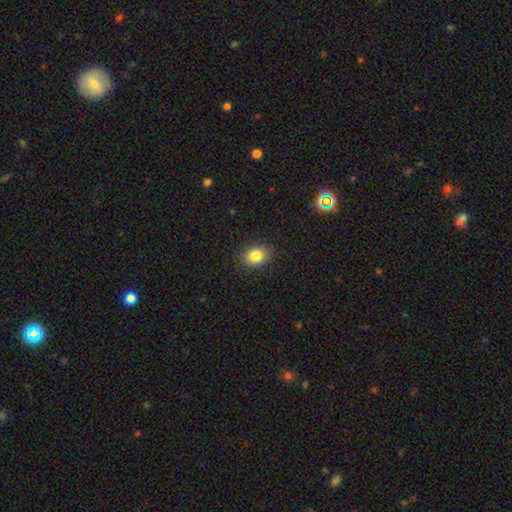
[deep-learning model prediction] This is clearly a smooth galaxy (83%). How rounded: possibly in between (56%). Merging: clearly none (89%).